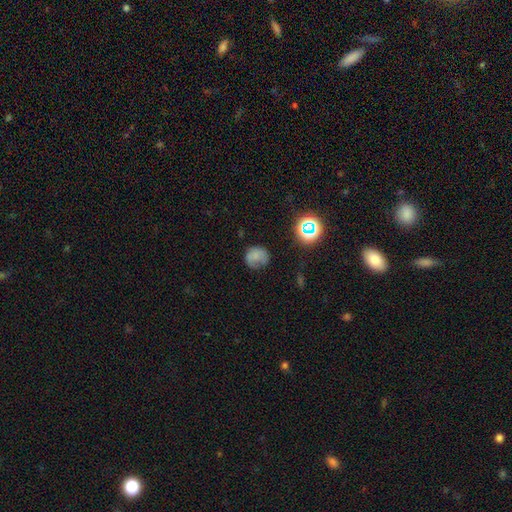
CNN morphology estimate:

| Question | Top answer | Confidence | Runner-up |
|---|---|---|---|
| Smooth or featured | smooth | 70% | star or artifact (17%) |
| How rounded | round | 81% | in between (19%) |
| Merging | none | 58% | minor disturbance (27%) |